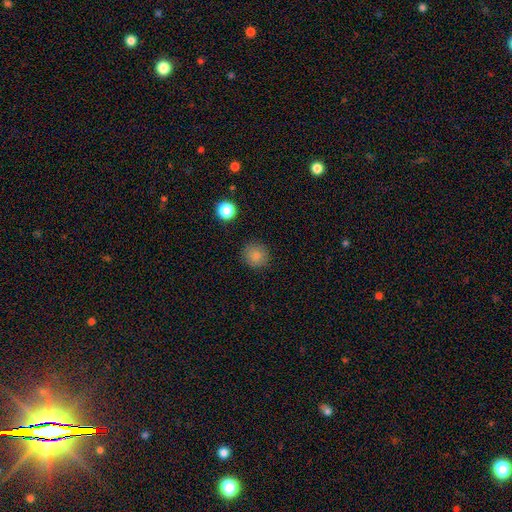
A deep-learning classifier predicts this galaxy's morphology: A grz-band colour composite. It shows a smooth galaxy with no disk features (83%) that is round (92%). Merging: none (88%).